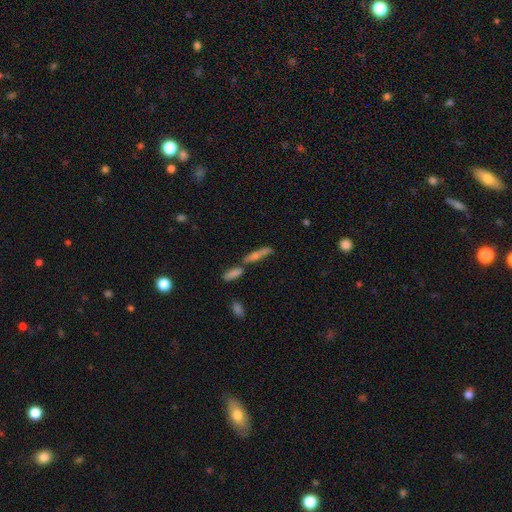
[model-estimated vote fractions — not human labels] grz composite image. It shows a smooth galaxy with no disk features (42%). Merging: none (47%).